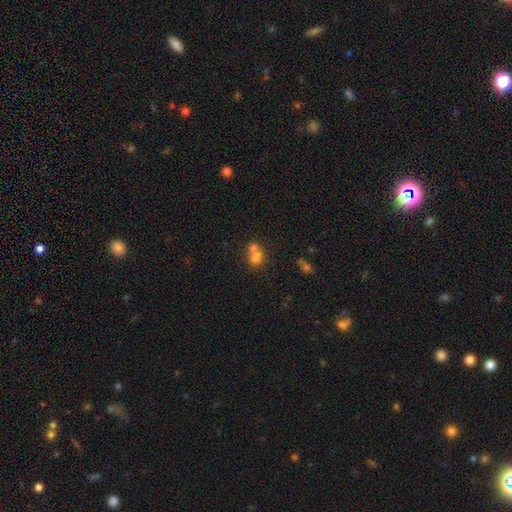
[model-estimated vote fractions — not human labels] Smooth or featured: smooth — 68% (featured or disk — 18%)
How rounded: round — 56% (in between — 43%)
Merging: merger — 61% (none — 28%)